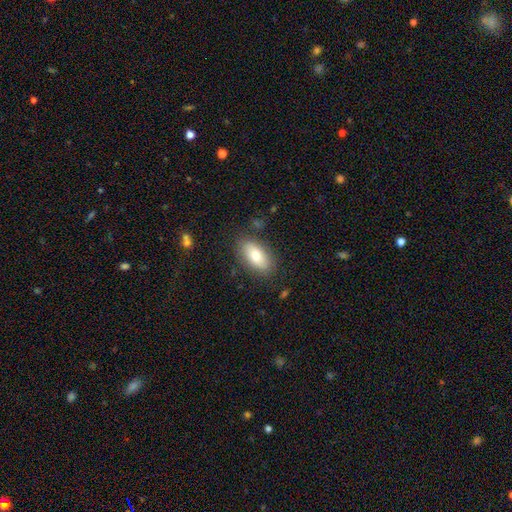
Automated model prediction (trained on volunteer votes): Smooth or featured: smooth — 76% (featured or disk — 17%)
How rounded: in between — 90% (cigar-shaped — 7%)
Merging: none — 83% (minor disturbance — 12%)